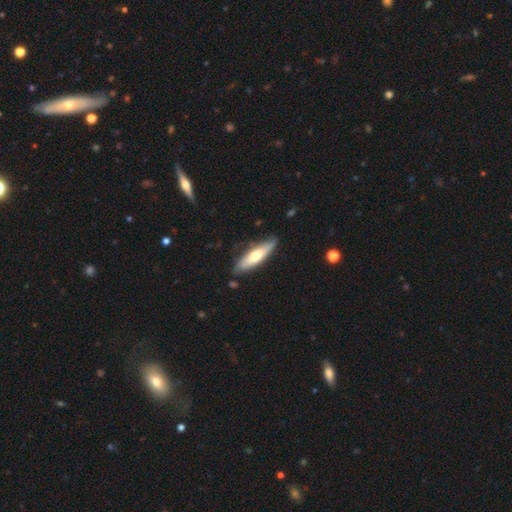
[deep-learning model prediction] Smooth or featured? smooth (56%)
How rounded? cigar-shaped (62%)
Merging? none (77%)